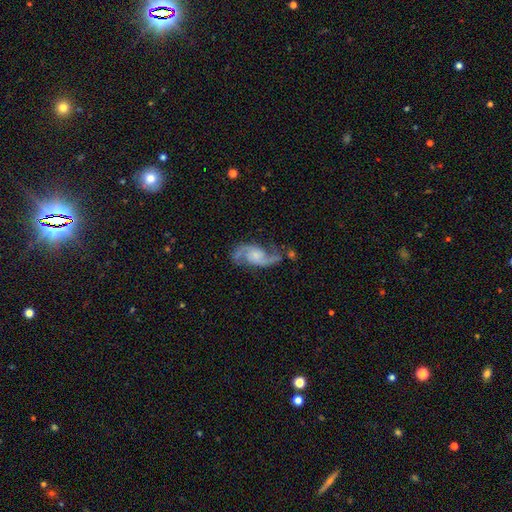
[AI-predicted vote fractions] The model was most divided on "spiral winding": loose: 47%, medium: 44%, tight: 10%. Remaining: spiral arms — yes (97%); edge-on disk — no (97%); spiral arm count — 2 (92%); smooth or featured — featured or disk (89%); merging — none (68%); bar — no (60%); bulge size — small (42%).